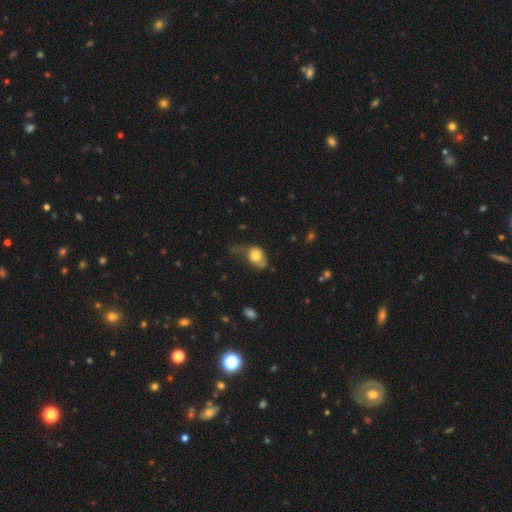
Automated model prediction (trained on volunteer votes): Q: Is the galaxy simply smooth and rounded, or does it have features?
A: smooth — 72%.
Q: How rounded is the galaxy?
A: in between — 62%.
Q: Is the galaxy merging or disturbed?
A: major disturbance — 35%.